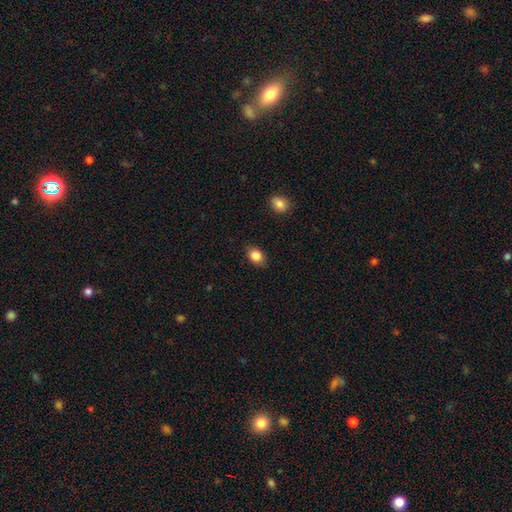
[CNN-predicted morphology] Smooth or featured?
  - smooth: 85% *
  - star or artifact: 9%
  - featured or disk: 6%
How rounded?
  - in between: 68% *
  - round: 30%
  - cigar-shaped: 1%
Merging?
  - none: 85% *
  - minor disturbance: 11%
  - major disturbance: 2%
  - merger: 1%